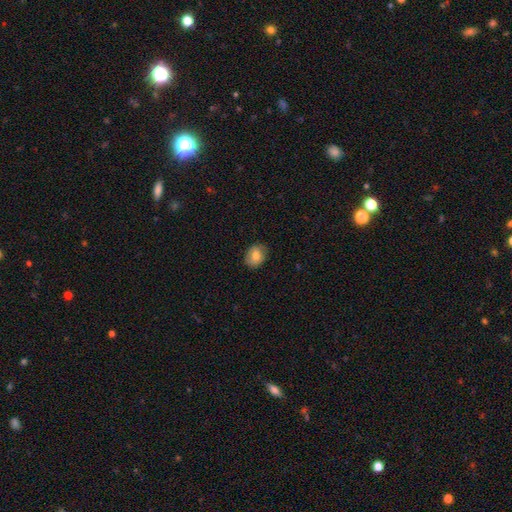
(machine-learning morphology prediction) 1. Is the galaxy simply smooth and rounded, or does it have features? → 77% smooth, 15% featured or disk, 8% star or artifact.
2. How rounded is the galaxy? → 52% in between, 47% round, 1% cigar-shaped.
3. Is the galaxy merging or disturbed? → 84% none, 12% minor disturbance, 2% major disturbance, 1% merger.